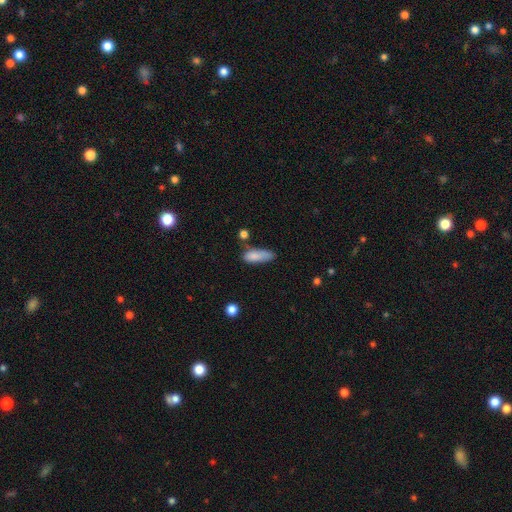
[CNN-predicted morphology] Q: Smooth or featured?
A: smooth (82%); runner-up: featured or disk (11%)
Q: How rounded?
A: in between (59%); runner-up: cigar-shaped (38%)
Q: Merging?
A: none (46%); runner-up: minor disturbance (34%)